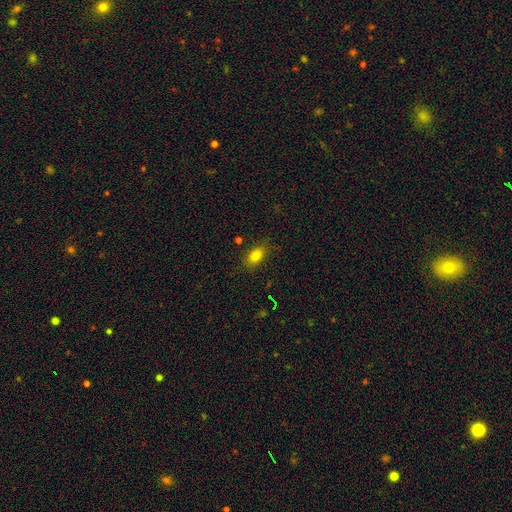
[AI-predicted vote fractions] Overall: smooth (80%). How rounded: in between (82%). Merging: none (81%).